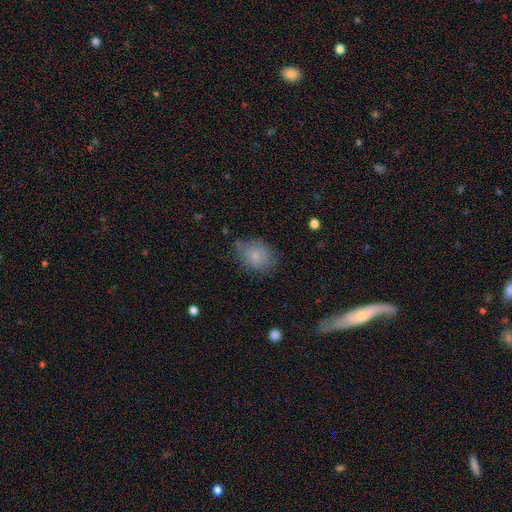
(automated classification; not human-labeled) This appears to be a smooth galaxy with no disk features (71%) that is in between round and cigar-shaped (56%). Merging: none (60%).